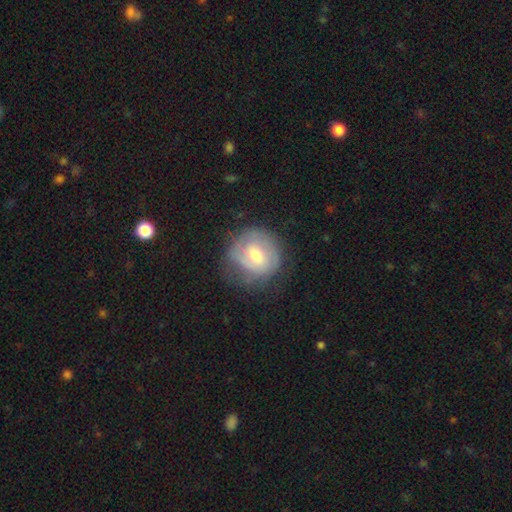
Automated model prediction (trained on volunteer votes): This is possibly a featured or disk galaxy (49%). Merging: likely none (60%).